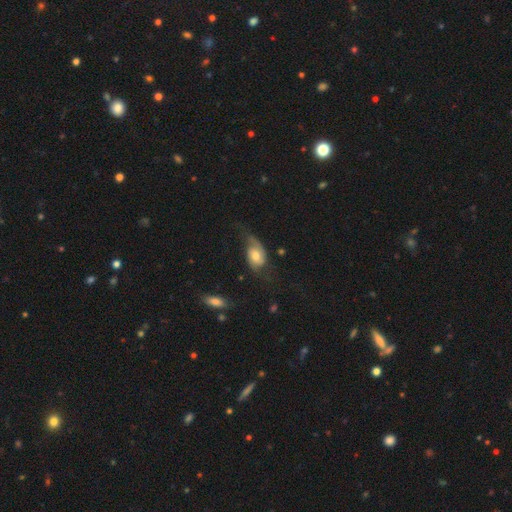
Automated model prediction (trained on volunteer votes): A smooth galaxy with no disk features (46%, tied with featured or disk). Merging: none (36%).